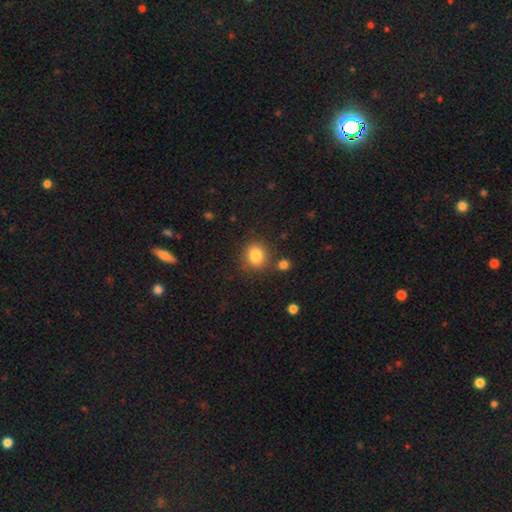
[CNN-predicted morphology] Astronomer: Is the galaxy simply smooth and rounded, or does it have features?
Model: smooth — 83%.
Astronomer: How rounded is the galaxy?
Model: round — 74%.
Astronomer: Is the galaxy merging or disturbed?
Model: none — 81%.